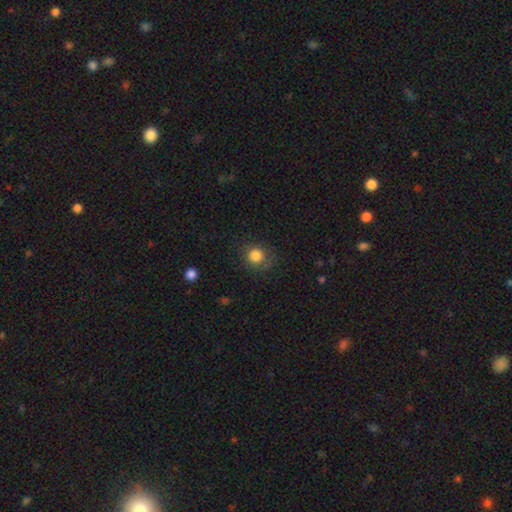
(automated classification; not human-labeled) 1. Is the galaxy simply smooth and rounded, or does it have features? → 83% smooth, 10% star or artifact, 7% featured or disk.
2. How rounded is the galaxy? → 87% round, 12% in between, 1% cigar-shaped.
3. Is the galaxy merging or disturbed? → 77% none, 15% minor disturbance, 7% major disturbance, 1% merger.